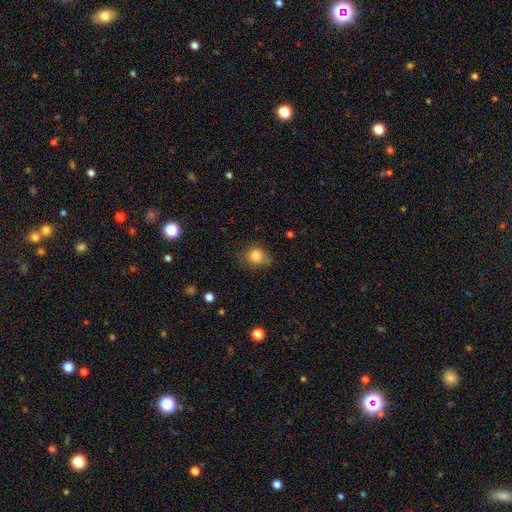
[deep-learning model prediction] This appears to be a smooth galaxy with no disk features (82%) that is round (69%). Merging: none (61%).